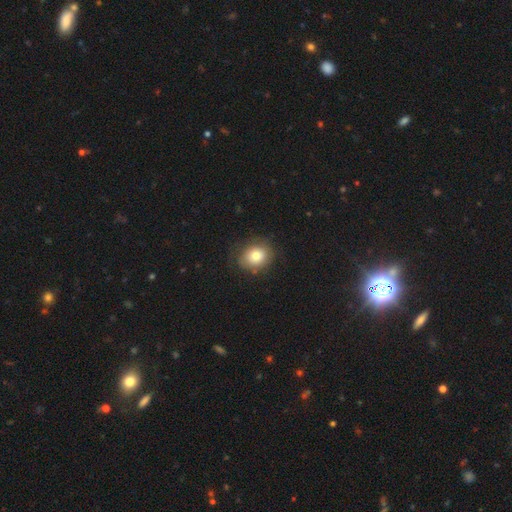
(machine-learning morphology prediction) A smooth galaxy with no disk features (76%) that is round (59%). Merging: none (77%).